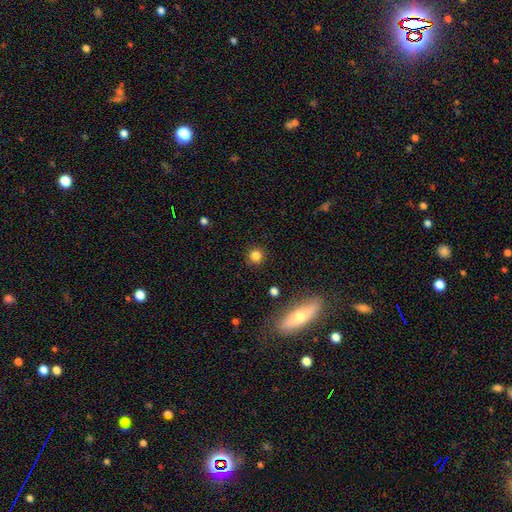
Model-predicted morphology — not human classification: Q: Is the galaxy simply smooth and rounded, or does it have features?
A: smooth — 82%.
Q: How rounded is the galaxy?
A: round — 94%.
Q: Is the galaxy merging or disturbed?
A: none — 91%.